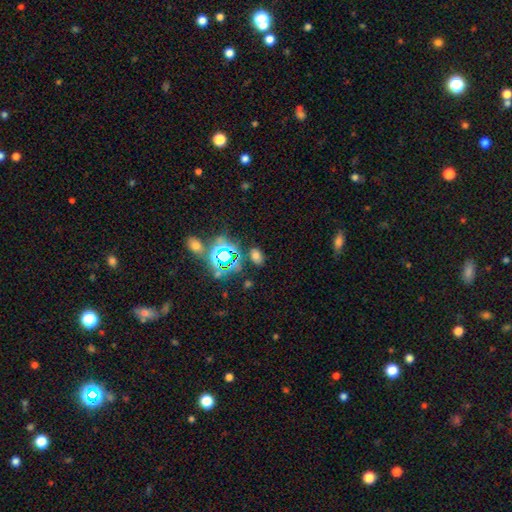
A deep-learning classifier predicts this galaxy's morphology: smooth_or_featured: smooth (p=0.58) [alt: star or artifact p=0.33]
how_rounded: in between (p=0.82) [alt: round p=0.17]
merging: none (p=0.81) [alt: minor disturbance p=0.11]